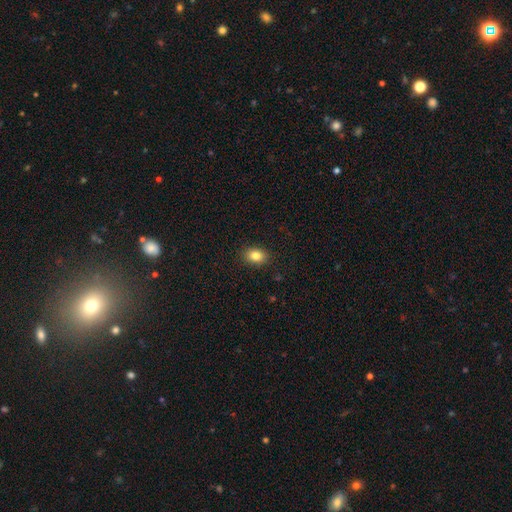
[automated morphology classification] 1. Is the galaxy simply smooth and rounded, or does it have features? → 84% smooth, 9% star or artifact, 7% featured or disk.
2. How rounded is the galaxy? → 73% in between, 26% round, 1% cigar-shaped.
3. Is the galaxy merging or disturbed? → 89% none, 8% minor disturbance, 2% major disturbance, 1% merger.